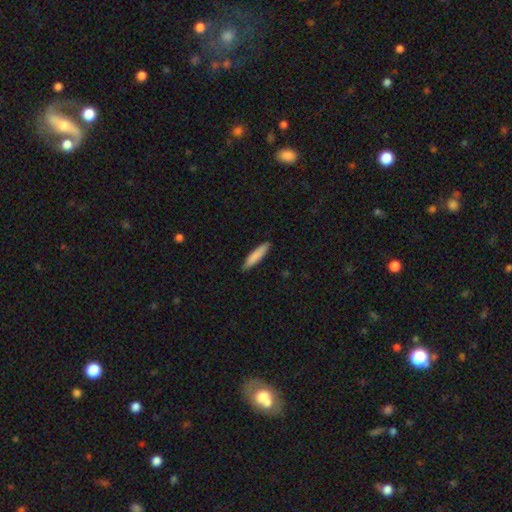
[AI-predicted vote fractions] The model was most divided on "how rounded": cigar-shaped: 85%, in between: 14%, round: 1%. More confident: merging — none (89%); smooth or featured — smooth (85%).